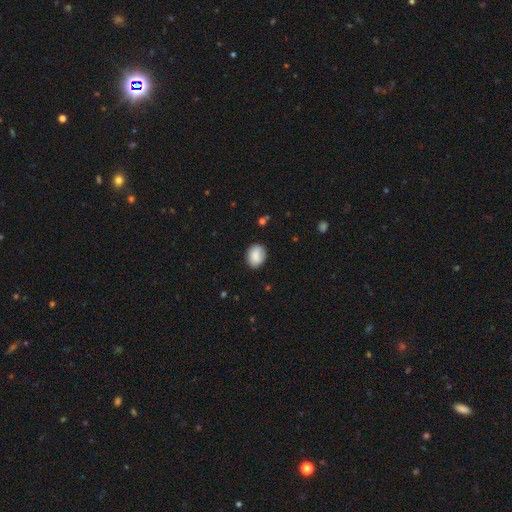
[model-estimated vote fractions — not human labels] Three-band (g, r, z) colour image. It shows a smooth galaxy with no disk features (87%) that is in between round and cigar-shaped (64%). Merging: none (82%).